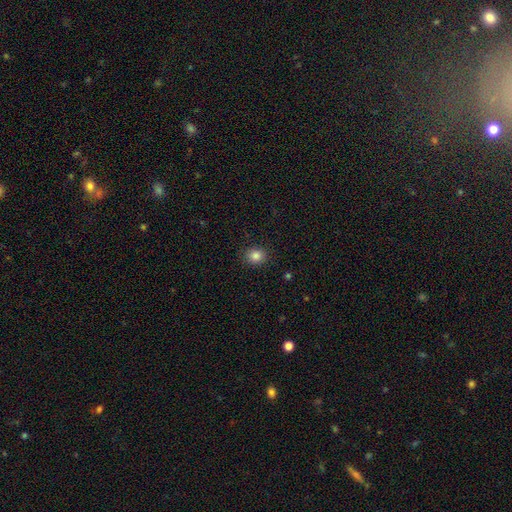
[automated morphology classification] This is clearly a smooth galaxy (85%). How rounded: likely round (76%). Merging: clearly none (90%).